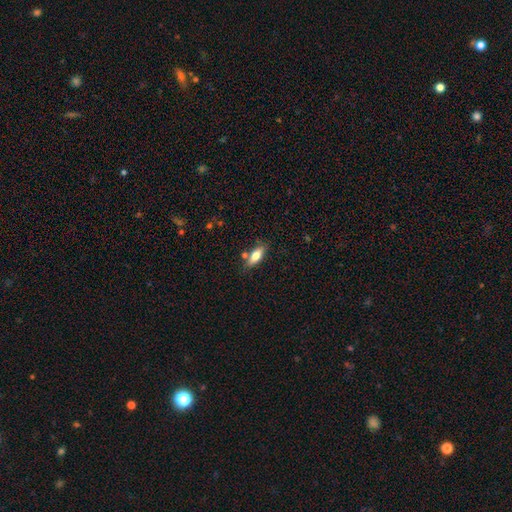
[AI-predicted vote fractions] Overall: smooth (71%). How rounded: in between (72%). Merging: none (71%).